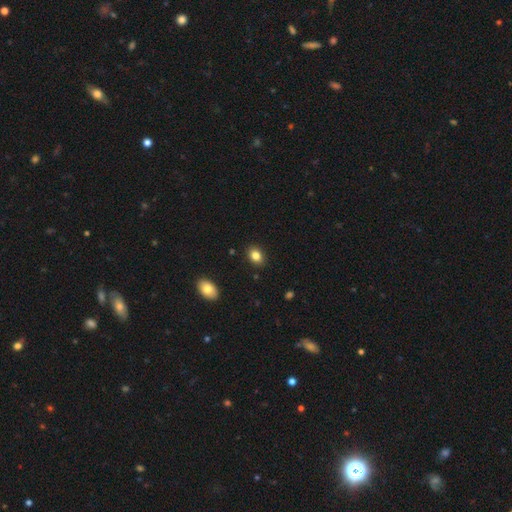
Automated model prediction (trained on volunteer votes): The model was most divided on "how rounded": in between: 72%, round: 27%, cigar-shaped: 1%. More confident: merging — none (88%); smooth or featured — smooth (83%).